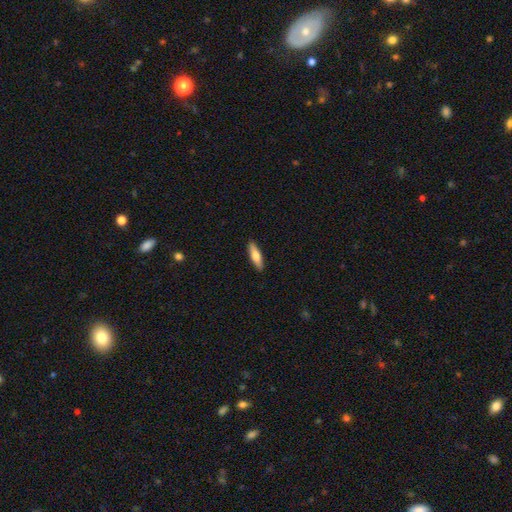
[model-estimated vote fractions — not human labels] This appears to be a smooth galaxy with no disk features (69%) that is cigar-shaped (61%). Merging: none (90%).